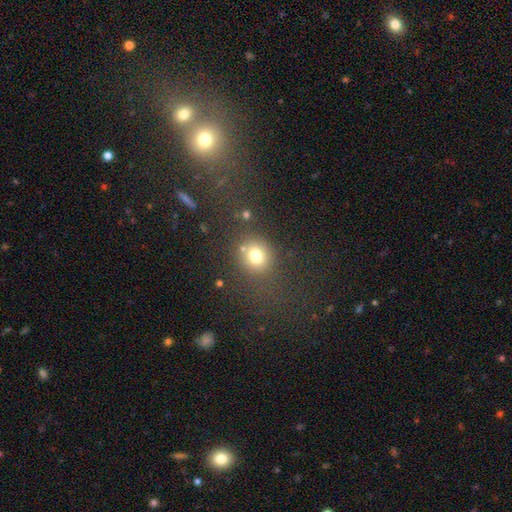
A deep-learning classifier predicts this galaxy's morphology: The model was most divided on "how rounded": round: 76%, in between: 23%, cigar-shaped: 2%. More confident: smooth or featured — smooth (74%); merging — none (66%).